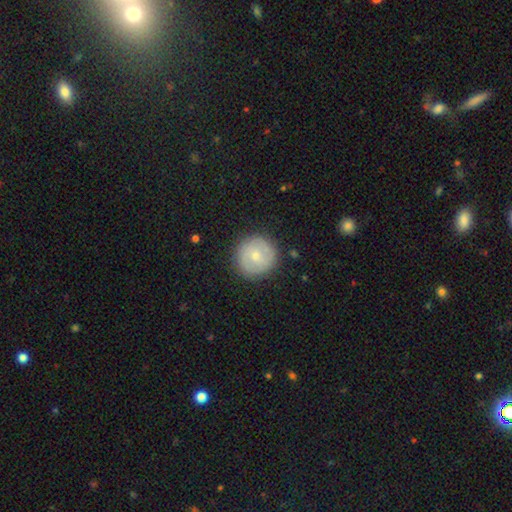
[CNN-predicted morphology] A smooth galaxy with no disk features (58%) that is round (95%). Merging: none (87%).